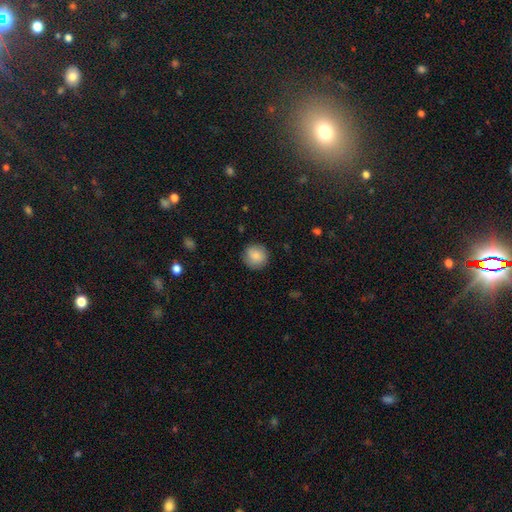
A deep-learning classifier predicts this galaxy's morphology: Smooth or featured? smooth (85%)
How rounded? round (92%)
Merging? none (86%)